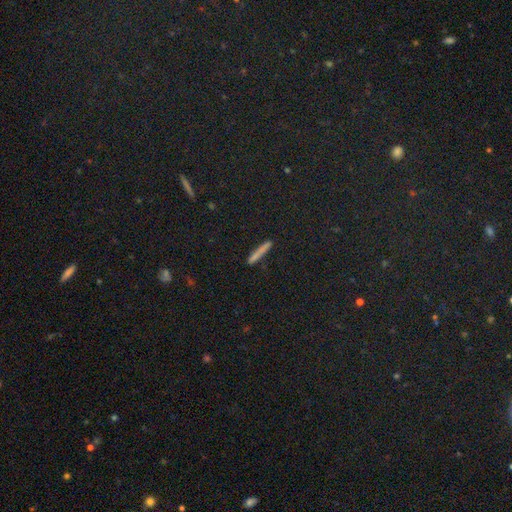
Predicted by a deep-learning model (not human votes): Smooth or featured? smooth (64%)
How rounded? cigar-shaped (91%)
Merging? none (87%)